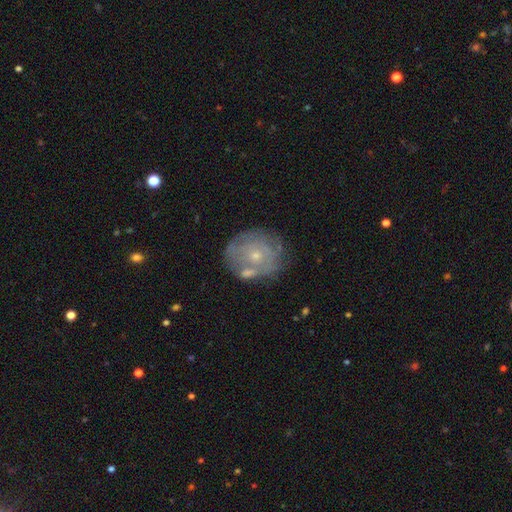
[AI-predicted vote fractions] smooth-or-featured: featured or disk: 63% | smooth: 29% | star or artifact: 8%
  disk-edge-on: no: 97% | yes: 3%
    bar: no: 84% | weak: 13% | strong: 2%
    has-spiral-arms: yes: 59% | no: 41%
    bulge-size: small: 71% | moderate: 25% | none: 2% | large: 1% | dominant: 1%
  merging: none: 60% | minor disturbance: 19% | merger: 13% | major disturbance: 8%